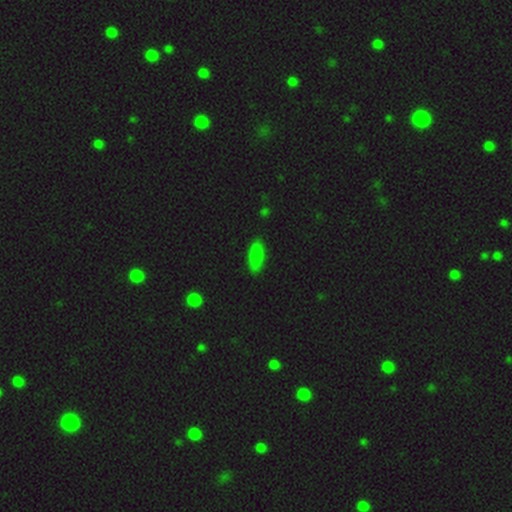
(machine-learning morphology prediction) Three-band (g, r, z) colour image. It shows a smooth galaxy with no disk features (83%) that is in between round and cigar-shaped (82%). Merging: none (86%).